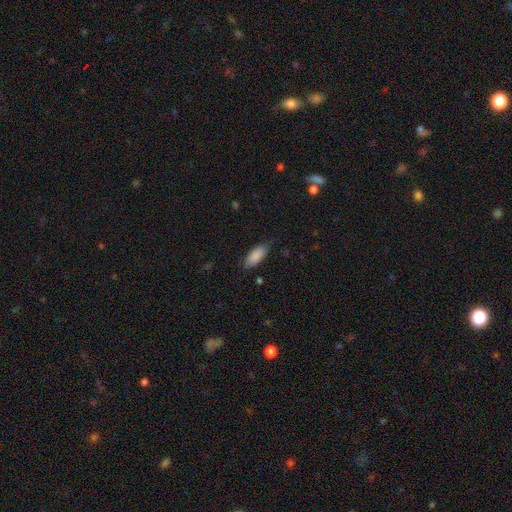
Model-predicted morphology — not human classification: Q: Smooth or featured?
A: smooth (87%); runner-up: featured or disk (6%)
Q: How rounded?
A: in between (83%); runner-up: cigar-shaped (15%)
Q: Merging?
A: none (76%); runner-up: minor disturbance (19%)